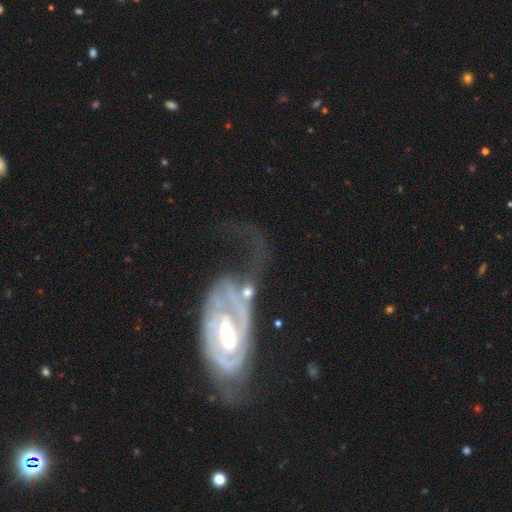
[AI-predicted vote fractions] Smooth or featured? Predicted: featured or disk (p=0.84). Edge-on disk? Predicted: no (p=0.94). Bar? Predicted: weak (p=0.41). Spiral arms? Predicted: yes (p=0.86). Spiral winding? Predicted: tight (p=0.46). Spiral arm count? Predicted: 2 (p=0.52). Bulge size? Predicted: moderate (p=0.56). Merging? Predicted: none (p=0.42).